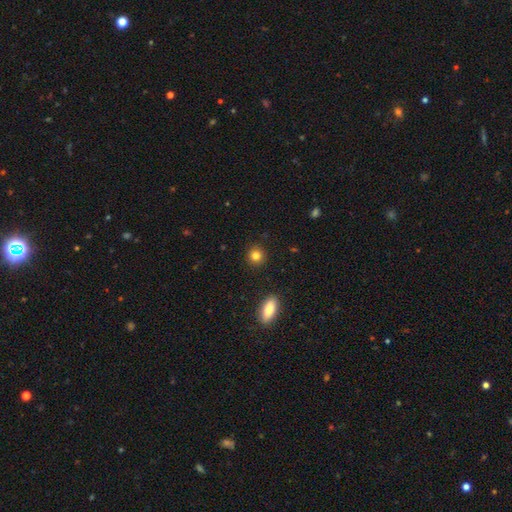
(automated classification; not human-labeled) A smooth galaxy with no disk features (83%) that is round (90%).

Vote fractions:
- Smooth or featured? smooth: 83% / star or artifact: 11% / featured or disk: 6%
- How rounded? round: 90% / in between: 9% / cigar-shaped: 1%
- Merging? none: 91% / minor disturbance: 6% / major disturbance: 2% / merger: 1%